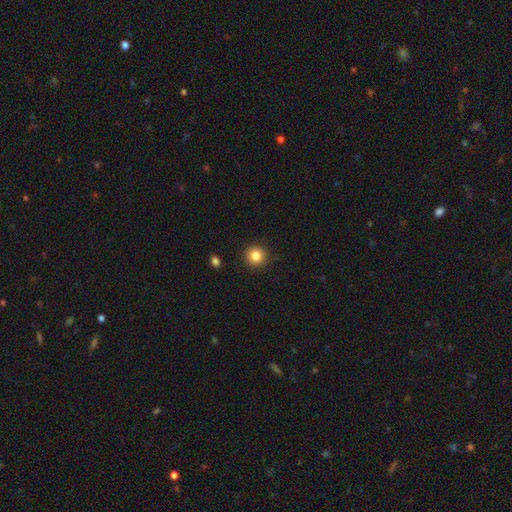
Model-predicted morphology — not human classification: Q: Smooth or featured?
A: smooth (84%); runner-up: star or artifact (11%)
Q: How rounded?
A: round (94%); runner-up: in between (5%)
Q: Merging?
A: none (92%); runner-up: minor disturbance (5%)